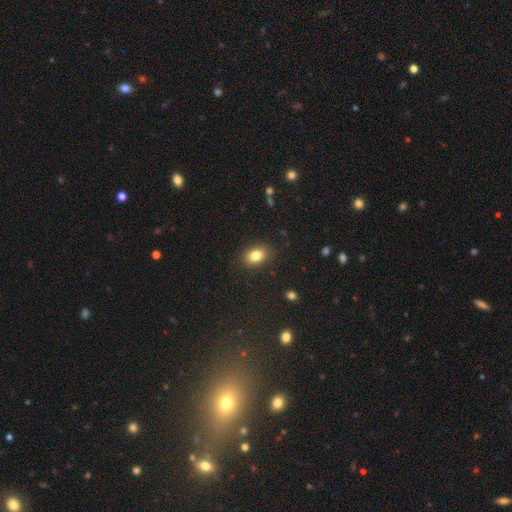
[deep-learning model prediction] Smooth or featured? smooth (83%)
How rounded? in between (77%)
Merging? none (87%)